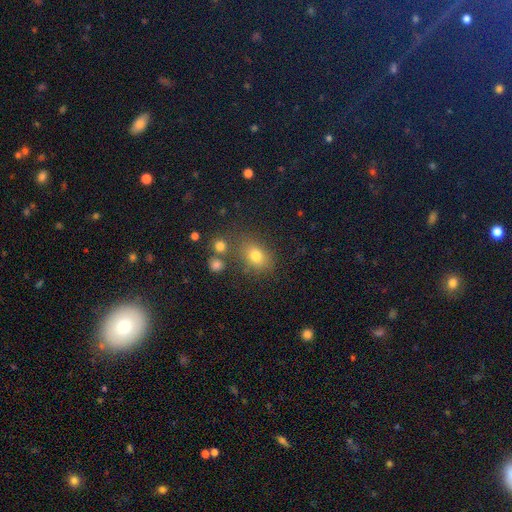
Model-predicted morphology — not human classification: Smooth or featured? smooth (76%)
How rounded? in between (63%)
Merging? none (72%)